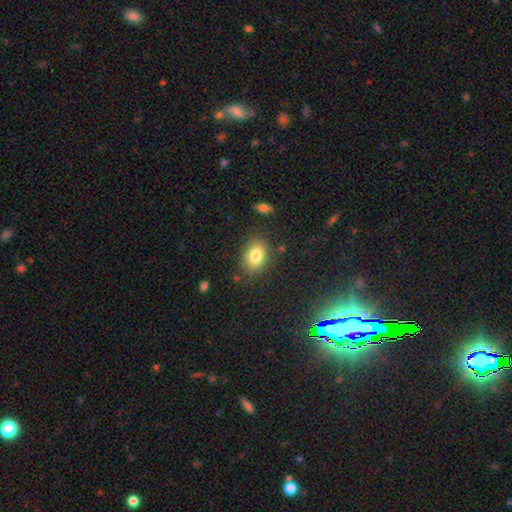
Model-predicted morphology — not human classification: Smooth or featured? smooth (82%)
How rounded? in between (80%)
Merging? none (81%)